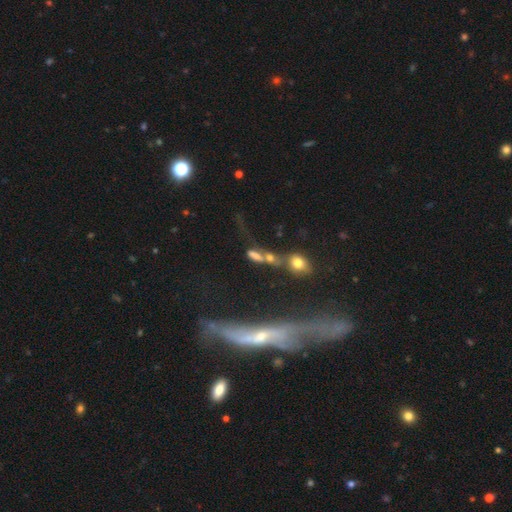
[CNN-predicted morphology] Smooth or featured? Predicted: smooth (p=0.53). How rounded? Predicted: in between (p=0.61). Merging? Predicted: merger (p=0.53).